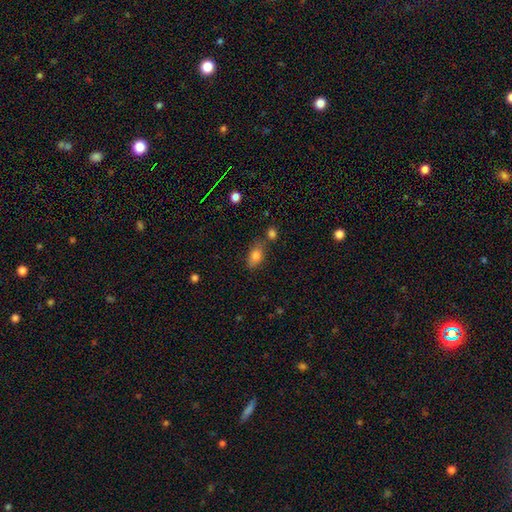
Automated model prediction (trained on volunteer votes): smooth 81%, star or artifact 10%, featured or disk 10%. Down the decision tree: how rounded — in between (85%); merging — none (64%).